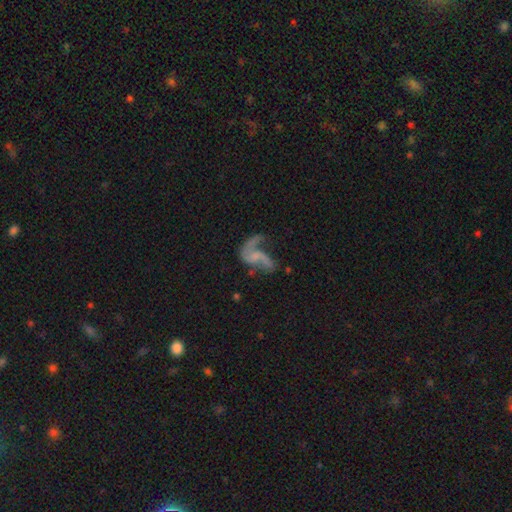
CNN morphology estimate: Smooth or featured?
  - featured or disk: 78% *
  - smooth: 13%
  - star or artifact: 8%
Edge-on disk?
  - no: 98% *
  - yes: 2%
Bar?
  - no: 54% *
  - weak: 34%
  - strong: 11%
Spiral arms?
  - yes: 86% *
  - no: 14%
Spiral winding?
  - loose: 75% *
  - medium: 21%
  - tight: 4%
Spiral arm count?
  - 2: 73% *
  - 1: 19%
  - can't tell: 4%
  - 3: 2%
  - 4: 1%
  - more than 4: 1%
Bulge size?
  - none: 47% *
  - small: 39%
  - moderate: 11%
  - large: 2%
  - dominant: 1%
Merging?
  - major disturbance: 37% * (tied)
  - none: 37% * (tied)
  - minor disturbance: 17%
  - merger: 9%